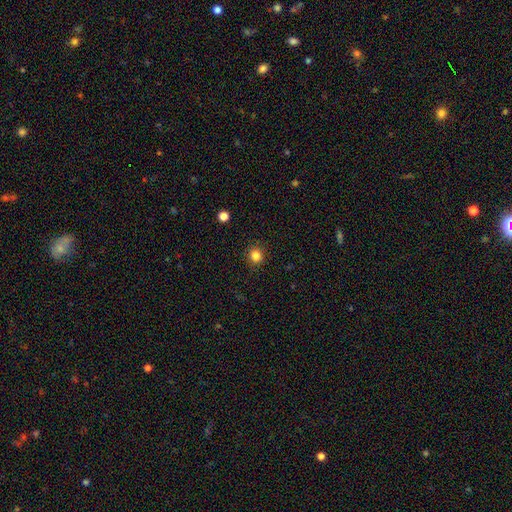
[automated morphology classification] Q: Smooth or featured?
A: smooth (83%); runner-up: star or artifact (12%)
Q: How rounded?
A: round (89%); runner-up: in between (10%)
Q: Merging?
A: none (91%); runner-up: minor disturbance (6%)